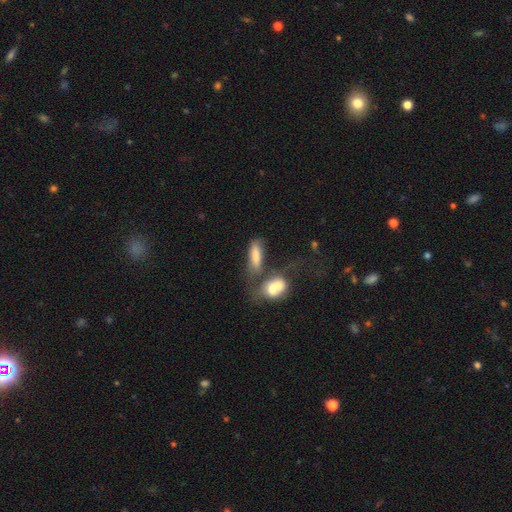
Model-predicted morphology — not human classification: Overall: smooth (69%). How rounded: in between (58%; cigar-shaped 37%). Merging: merger (42%; none 30%).